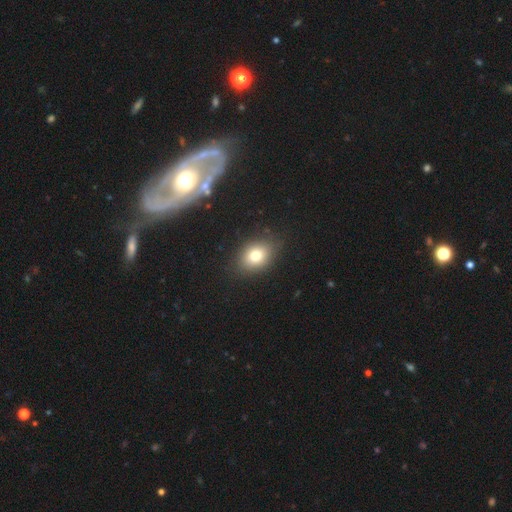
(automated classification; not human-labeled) The model was most divided on "how rounded": in between: 63%, round: 36%, cigar-shaped: 1%. More confident: merging — none (84%); smooth or featured — smooth (77%).